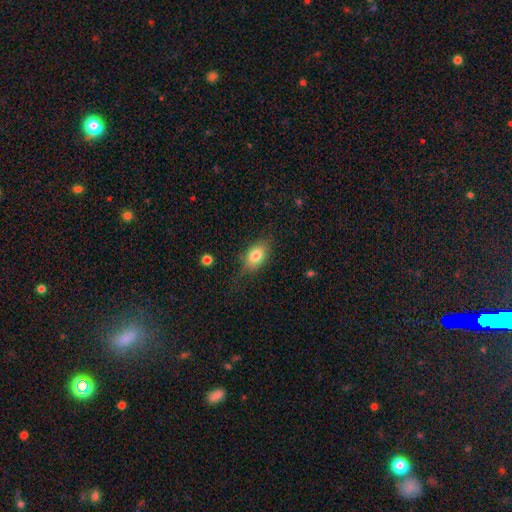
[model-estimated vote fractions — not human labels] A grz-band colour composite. It shows a smooth galaxy with no disk features (79%) that is in between round and cigar-shaped (84%). Merging: none (69%).